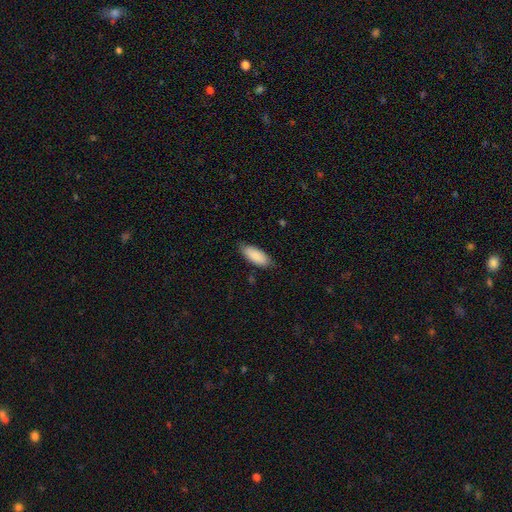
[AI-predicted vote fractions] This is clearly a smooth galaxy (89%). How rounded: clearly in between (82%). Merging: likely none (79%).